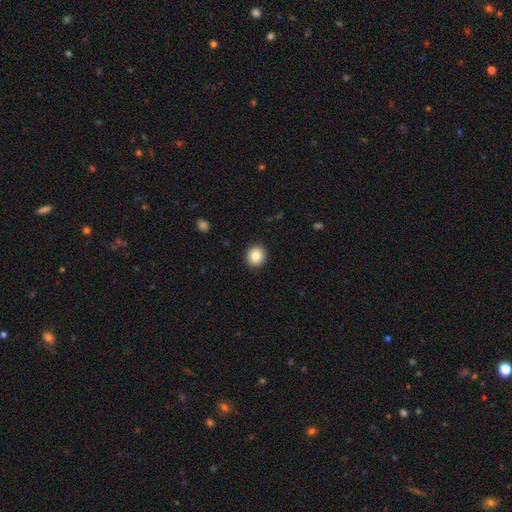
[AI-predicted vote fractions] Overall: smooth (85%). How rounded: round (84%). Merging: none (92%).